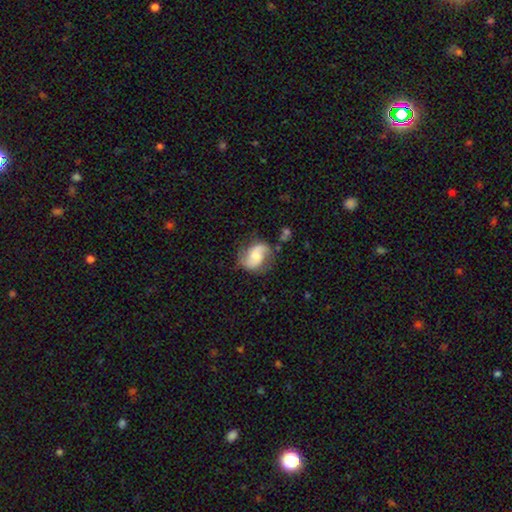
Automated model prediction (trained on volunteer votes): Smooth or featured? featured or disk (68%)
Edge-on disk? no (97%)
Bar? no (49%)
Spiral arms? yes (93%)
Spiral winding? loose (46%)
Spiral arm count? 2 (88%)
Bulge size? moderate (45%)
Merging? none (67%)